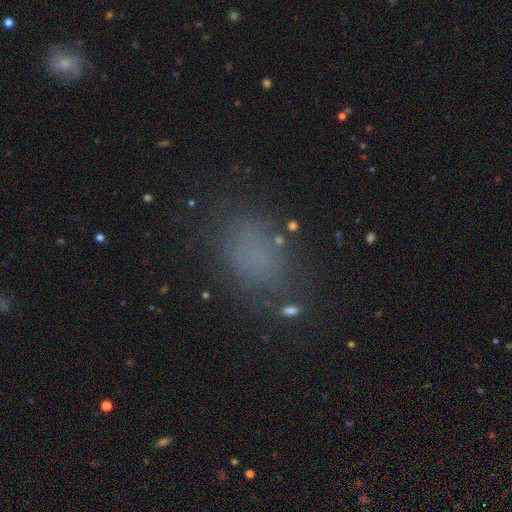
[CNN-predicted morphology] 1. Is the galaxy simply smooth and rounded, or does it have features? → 68% smooth, 22% star or artifact, 10% featured or disk.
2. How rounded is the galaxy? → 82% in between, 15% round, 3% cigar-shaped.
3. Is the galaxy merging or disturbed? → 73% none, 16% minor disturbance, 9% major disturbance, 3% merger.